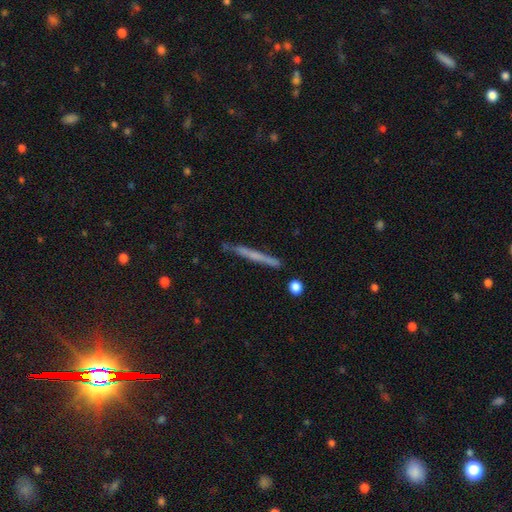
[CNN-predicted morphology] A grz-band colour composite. It shows a featured or disk galaxy (51%) viewed edge-on (96%). Merging: none (85%).